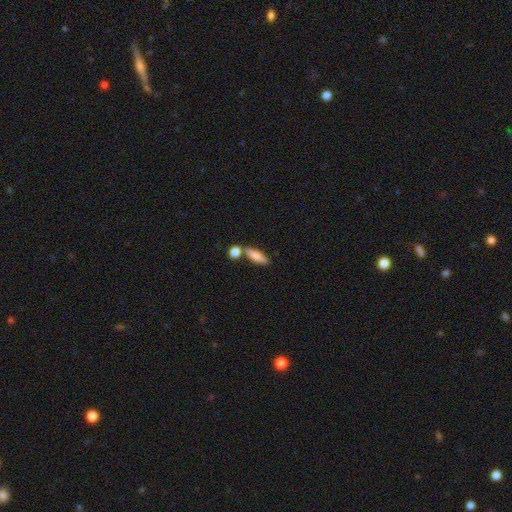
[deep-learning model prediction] This appears to be a smooth galaxy with no disk features (77%) that is in between round and cigar-shaped (51%). Merging: none (62%).